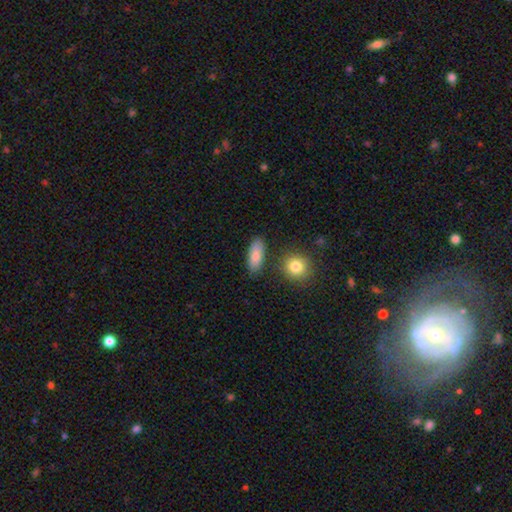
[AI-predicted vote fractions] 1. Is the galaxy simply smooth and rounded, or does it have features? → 85% smooth, 9% featured or disk, 7% star or artifact.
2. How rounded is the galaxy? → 81% in between, 15% cigar-shaped, 4% round.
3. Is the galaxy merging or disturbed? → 80% none, 12% minor disturbance, 5% merger, 3% major disturbance.